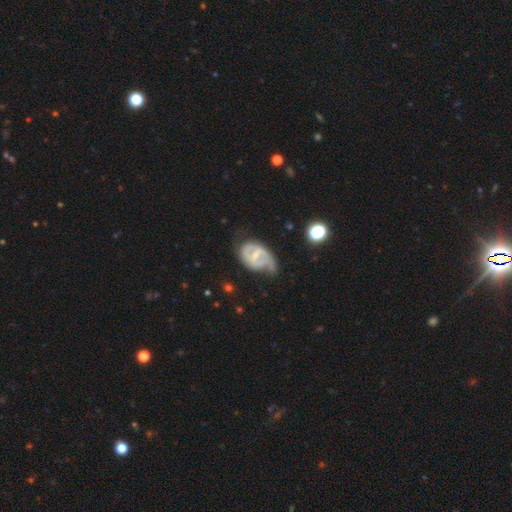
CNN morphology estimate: Smooth or featured?
  - featured or disk: 73% *
  - smooth: 21%
  - star or artifact: 7%
Edge-on disk?
  - no: 97% *
  - yes: 3%
Bar?
  - weak: 50% *
  - strong: 32%
  - no: 18%
Spiral arms?
  - yes: 79% *
  - no: 21%
Spiral winding?
  - medium: 42% *
  - tight: 30%
  - loose: 28%
Spiral arm count?
  - 2: 56% *
  - 1: 21%
  - can't tell: 17%
  - 3: 3%
  - 4: 1%
  - more than 4: 1%
Bulge size?
  - small: 51% *
  - moderate: 26%
  - none: 21%
  - large: 2%
  - dominant: 1%
Merging?
  - none: 35% *
  - minor disturbance: 33%
  - major disturbance: 29%
  - merger: 3%